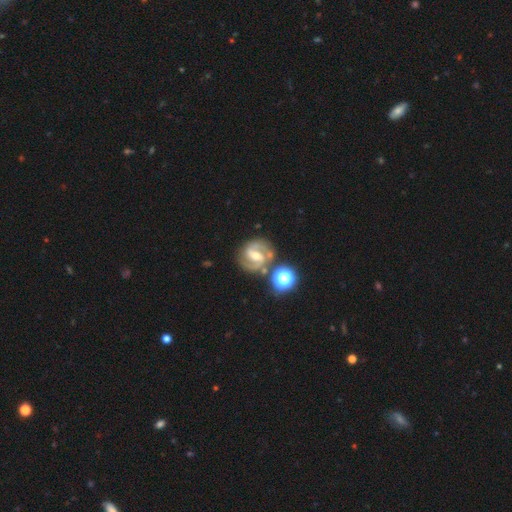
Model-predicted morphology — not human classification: Overall: featured or disk (89%). Edge-on disk: no (98%). Bar: weak (43%; strong 40%). Spiral arms: yes (98%). Spiral arm count: 2 (92%). Spiral winding: medium (55%; tight 36%). Bulge size: moderate (60%; small 35%). Merging: none (77%).